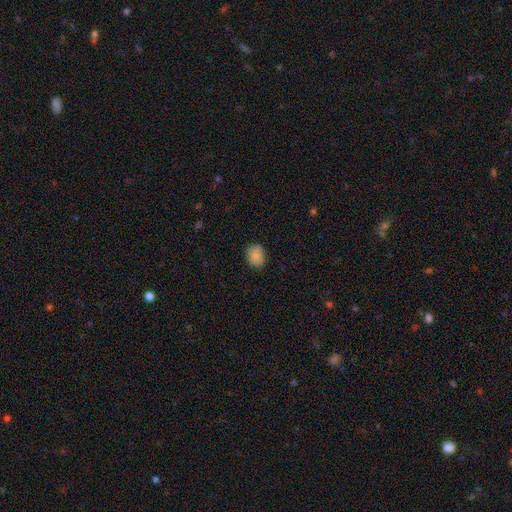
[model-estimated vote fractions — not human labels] Smooth or featured: smooth — 85% (star or artifact — 9%)
How rounded: round — 55% (in between — 44%)
Merging: none — 78% (minor disturbance — 17%)